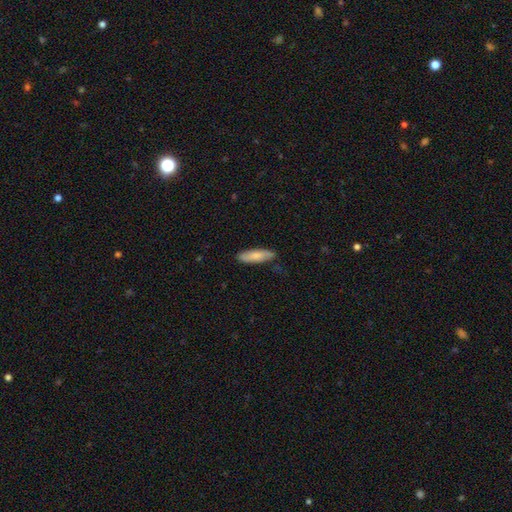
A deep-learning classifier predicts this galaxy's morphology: Q: Smooth or featured?
A: smooth (78%); runner-up: featured or disk (16%)
Q: How rounded?
A: cigar-shaped (57%); runner-up: in between (42%)
Q: Merging?
A: none (81%); runner-up: minor disturbance (15%)